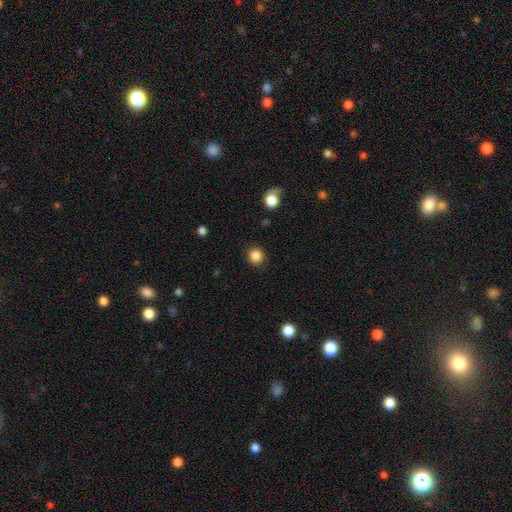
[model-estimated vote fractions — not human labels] This appears to be a smooth galaxy with no disk features (86%) that is round (91%). Merging: none (90%).